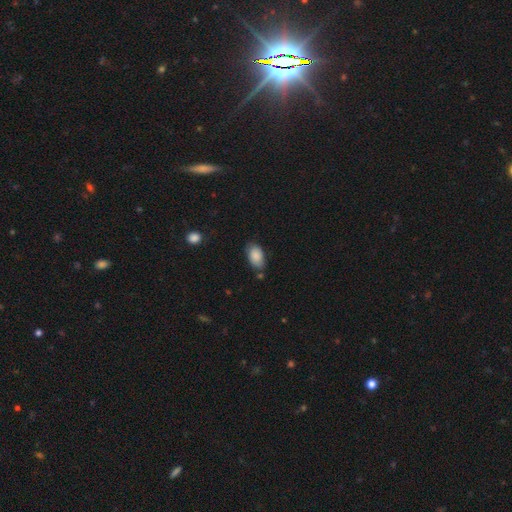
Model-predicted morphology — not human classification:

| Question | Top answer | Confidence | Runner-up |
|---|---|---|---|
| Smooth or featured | smooth | 86% | featured or disk (7%) |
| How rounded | in between | 93% | round (6%) |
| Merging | none | 66% | minor disturbance (24%) |